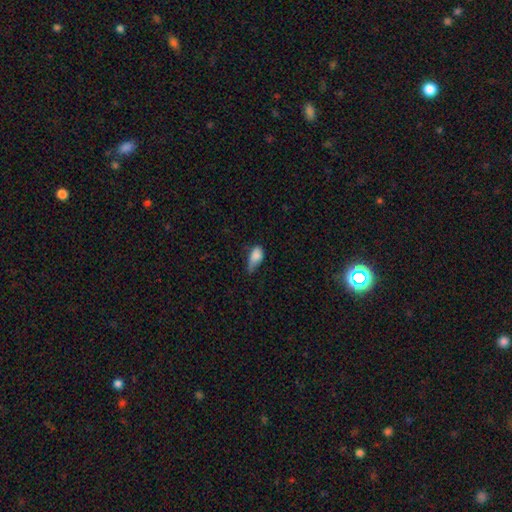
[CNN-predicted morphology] The model was most divided on "merging": minor disturbance: 49%, none: 27%, major disturbance: 21%, merger: 3%. More confident: how rounded — in between (89%); smooth or featured — smooth (84%).